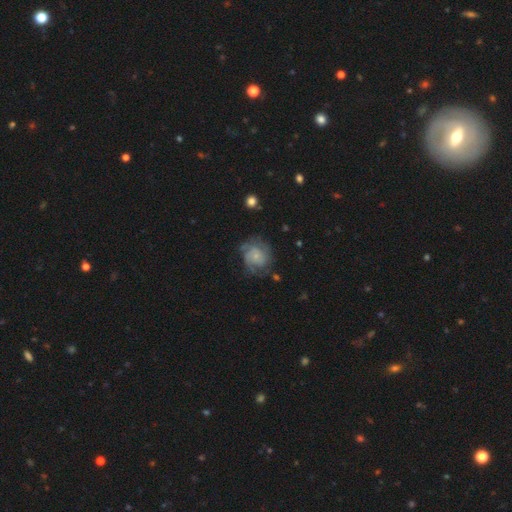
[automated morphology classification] The model was most divided on "spiral arm count": can't tell: 34%, 3: 23%, 2: 22%, 4: 10%, 1: 6%, more than 4: 5%. More confident: edge-on disk — no (98%); spiral arms — yes (89%); bar — no (78%); bulge size — small (72%); smooth or featured — featured or disk (69%); merging — none (61%); spiral winding — tight (51%).